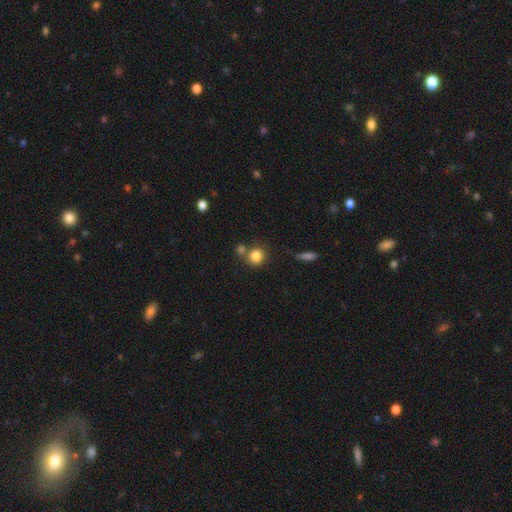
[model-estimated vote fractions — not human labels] The model was most divided on "merging": none: 62%, merger: 23%, minor disturbance: 10%, major disturbance: 4%. More confident: how rounded — round (86%); smooth or featured — smooth (83%).